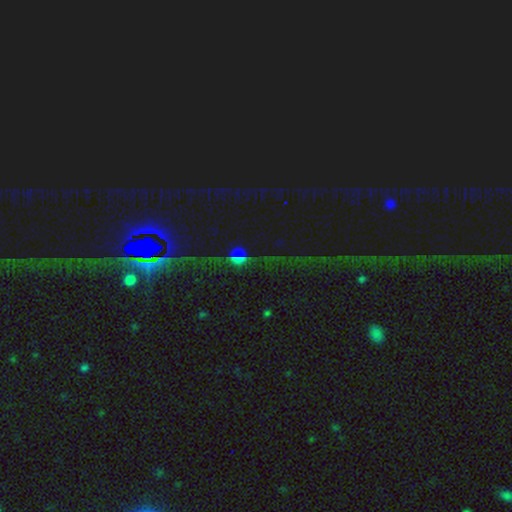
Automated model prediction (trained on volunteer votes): Morphology: type=star or artifact (80%).